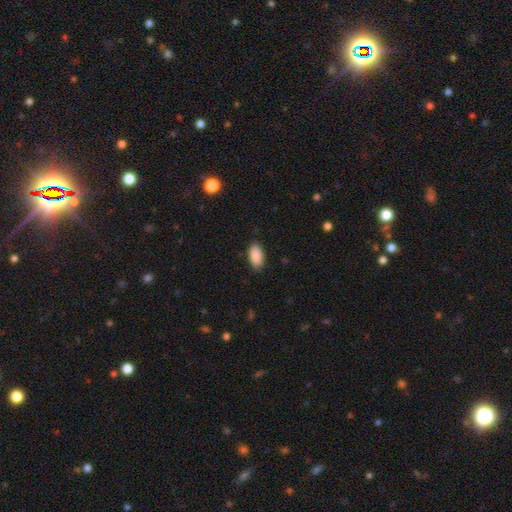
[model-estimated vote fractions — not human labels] A smooth galaxy with no disk features (89%) that is in between round and cigar-shaped (95%). Merging: none (82%).